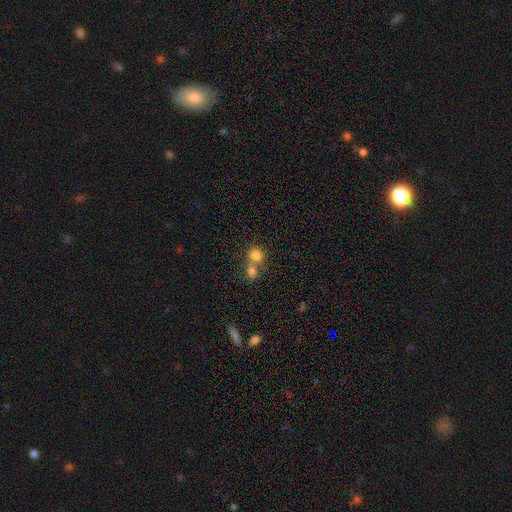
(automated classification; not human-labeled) Smooth or featured: smooth — 81% (star or artifact — 12%)
How rounded: round — 84% (in between — 15%)
Merging: merger — 49% (none — 42%)